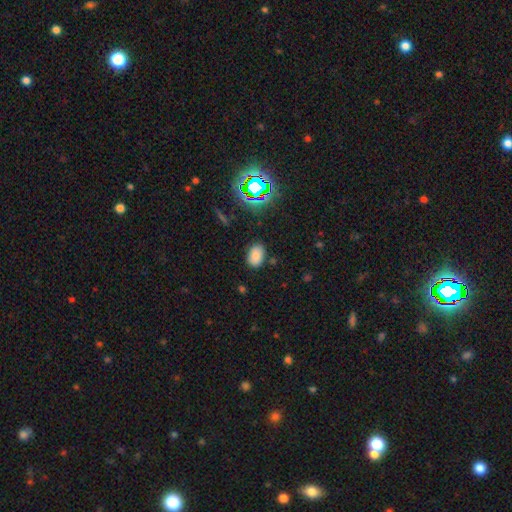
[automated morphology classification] Smooth or featured?
  - smooth: 77% *
  - star or artifact: 16%
  - featured or disk: 7%
How rounded?
  - in between: 85% *
  - round: 14%
  - cigar-shaped: 1%
Merging?
  - none: 82% *
  - minor disturbance: 13%
  - major disturbance: 3%
  - merger: 2%